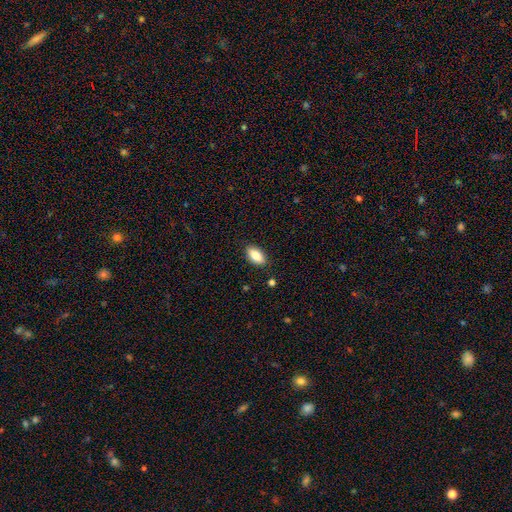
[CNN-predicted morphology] Q: Smooth or featured?
A: smooth (84%); runner-up: featured or disk (9%)
Q: How rounded?
A: in between (91%); runner-up: cigar-shaped (6%)
Q: Merging?
A: none (87%); runner-up: minor disturbance (9%)